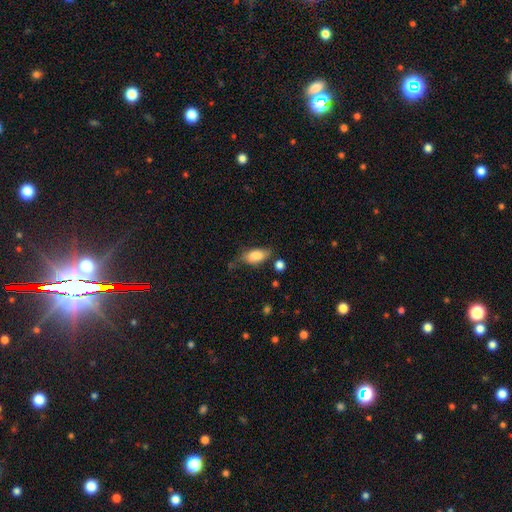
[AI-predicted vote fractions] Smooth or featured? Predicted: smooth (p=0.84). How rounded? Predicted: in between (p=0.89). Merging? Predicted: none (p=0.54).